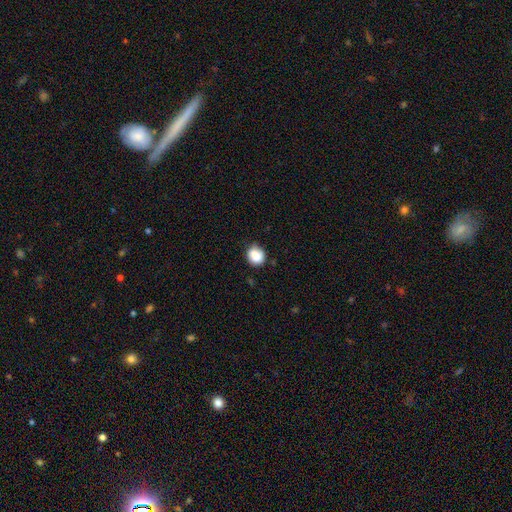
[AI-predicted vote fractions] This appears to be a smooth galaxy with no disk features (85%) that is round (73%). Merging: none (70%).